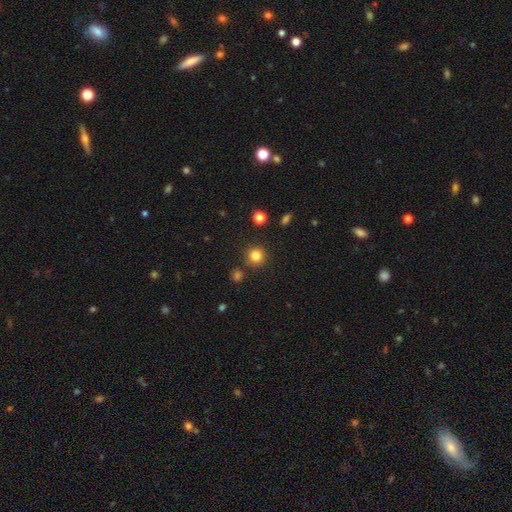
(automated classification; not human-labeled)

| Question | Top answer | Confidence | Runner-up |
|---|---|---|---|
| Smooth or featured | smooth | 82% | star or artifact (13%) |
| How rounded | round | 94% | in between (5%) |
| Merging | none | 87% | minor disturbance (7%) |